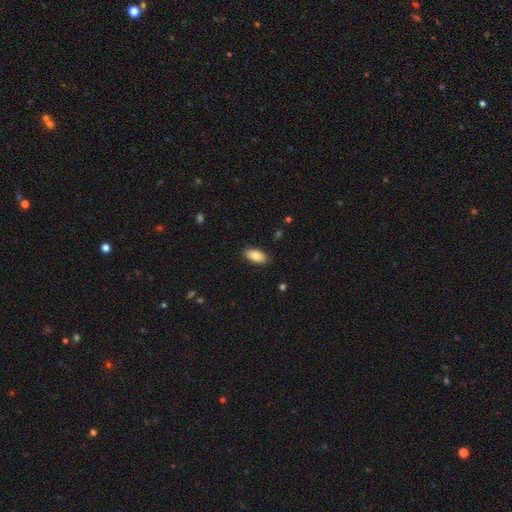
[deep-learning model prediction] A smooth galaxy with no disk features (84%) that is in between round and cigar-shaped (93%). Merging: none (87%).